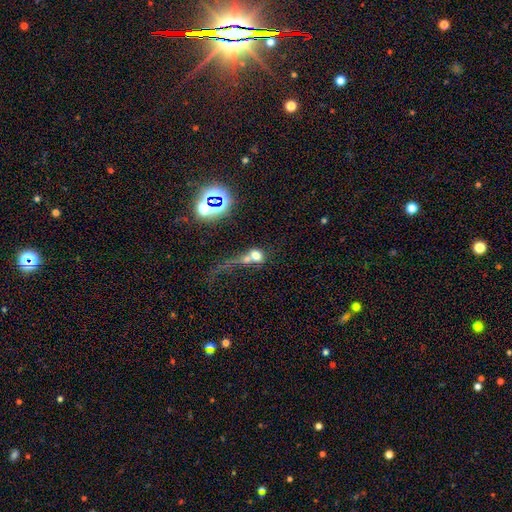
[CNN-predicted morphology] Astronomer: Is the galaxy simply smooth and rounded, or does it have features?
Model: smooth — 59%.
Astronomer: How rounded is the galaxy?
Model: round — 58% (runner-up: in between, 38%).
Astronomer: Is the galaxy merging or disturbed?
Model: merger — 51%.